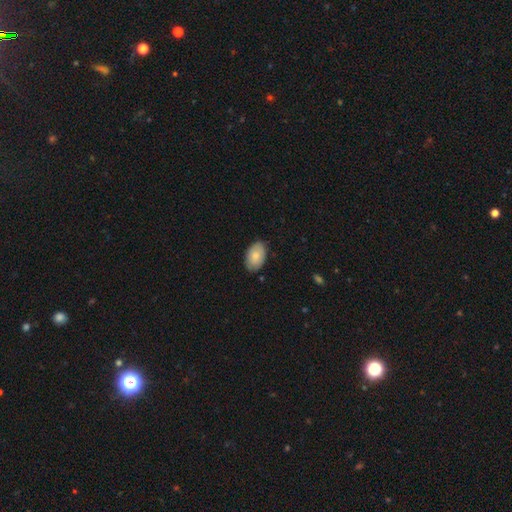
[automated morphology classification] A smooth galaxy with no disk features (79%) that is in between round and cigar-shaped (91%).

Vote fractions:
- Smooth or featured? smooth: 79% / featured or disk: 15% / star or artifact: 6%
- How rounded? in between: 91% / round: 8% / cigar-shaped: 1%
- Merging? none: 83% / minor disturbance: 14% / major disturbance: 2% / merger: 1%